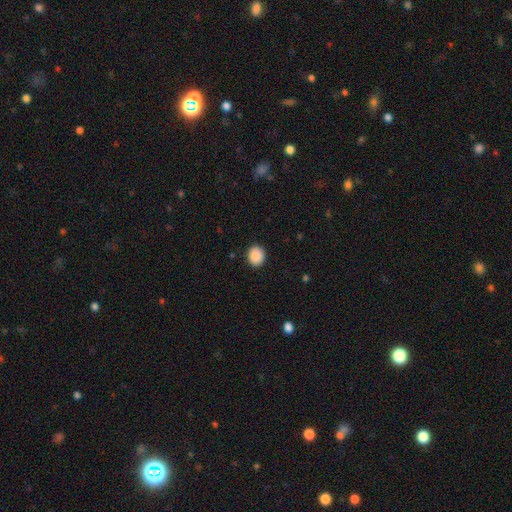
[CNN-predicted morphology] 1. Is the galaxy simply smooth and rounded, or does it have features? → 89% smooth, 8% star or artifact, 3% featured or disk.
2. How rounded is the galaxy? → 71% round, 28% in between, 1% cigar-shaped.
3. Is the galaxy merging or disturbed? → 89% none, 7% minor disturbance, 2% major disturbance, 1% merger.